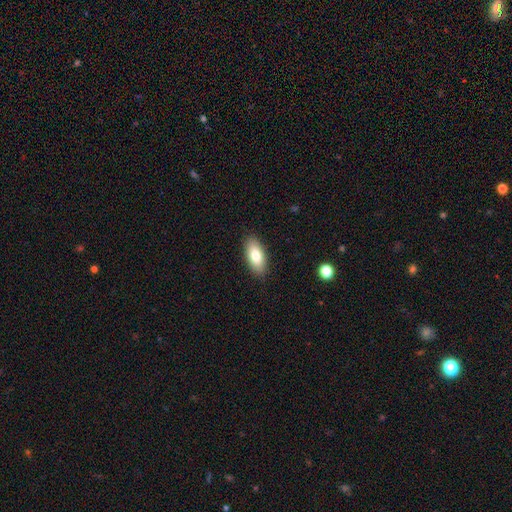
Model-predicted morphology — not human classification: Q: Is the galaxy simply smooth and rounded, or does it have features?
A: smooth — 79%.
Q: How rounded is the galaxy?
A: in between — 86%.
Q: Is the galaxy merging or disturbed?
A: none — 89%.